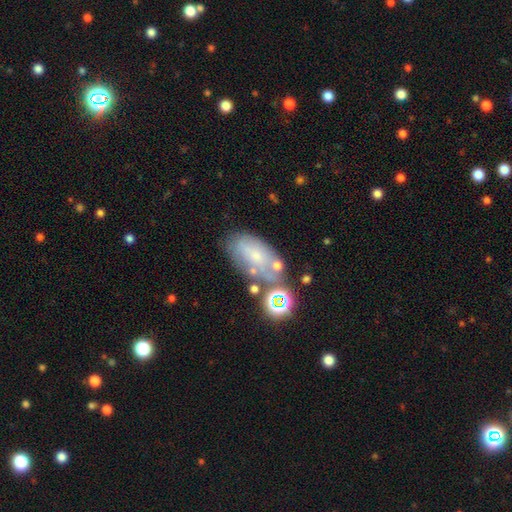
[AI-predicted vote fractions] A smooth galaxy with no disk features (48%).

Vote fractions:
- Smooth or featured? smooth: 48% / featured or disk: 35% / star or artifact: 17%
- Merging? none: 48% / minor disturbance: 22% / merger: 17% / major disturbance: 12%